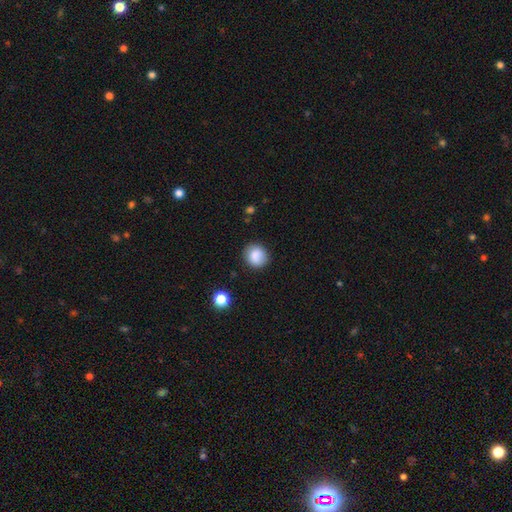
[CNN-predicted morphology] smooth-or-featured: smooth: 85% | star or artifact: 9% | featured or disk: 6%
  how-rounded: round: 83% | in between: 16% | cigar-shaped: 1%
  merging: none: 83% | minor disturbance: 12% | major disturbance: 3% | merger: 2%